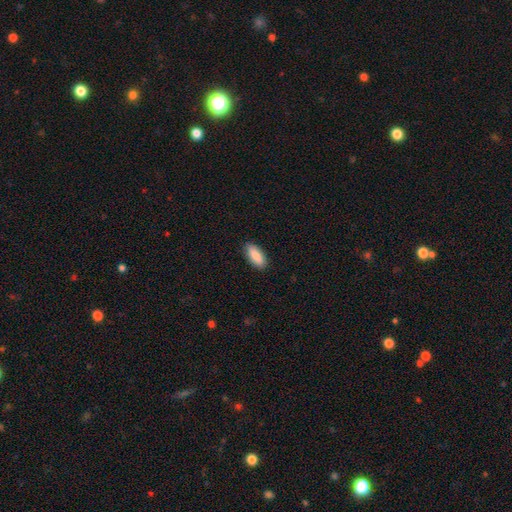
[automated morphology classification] Smooth or featured?
  - smooth: 87% *
  - featured or disk: 8%
  - star or artifact: 6%
How rounded?
  - in between: 85% *
  - cigar-shaped: 14%
  - round: 2%
Merging?
  - none: 89% *
  - minor disturbance: 9%
  - major disturbance: 2%
  - merger: 1%